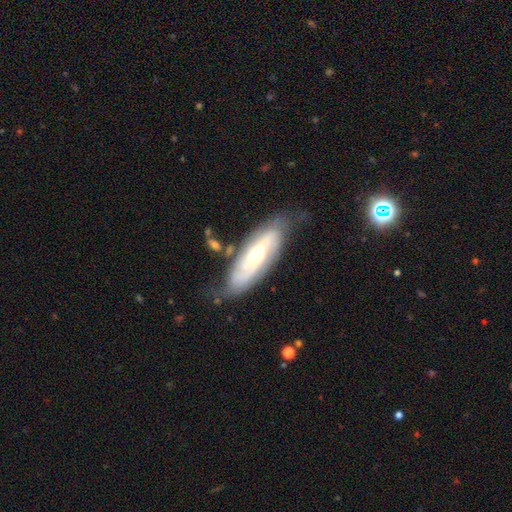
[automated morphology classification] Overall: featured or disk (74%). Edge-on disk: no (81%). Bar: no (55%; weak 30%). Spiral arms: yes (87%). Spiral arm count: 2 (50%; can't tell 33%). Spiral winding: tight (50%; medium 34%). Bulge size: moderate (61%; small 32%). Merging: none (67%).